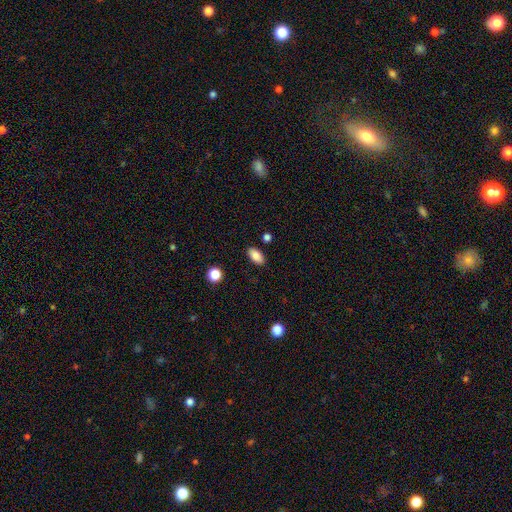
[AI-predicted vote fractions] smooth 85%, star or artifact 8%, featured or disk 6%. Down the decision tree: how rounded — in between (93%); merging — none (87%).